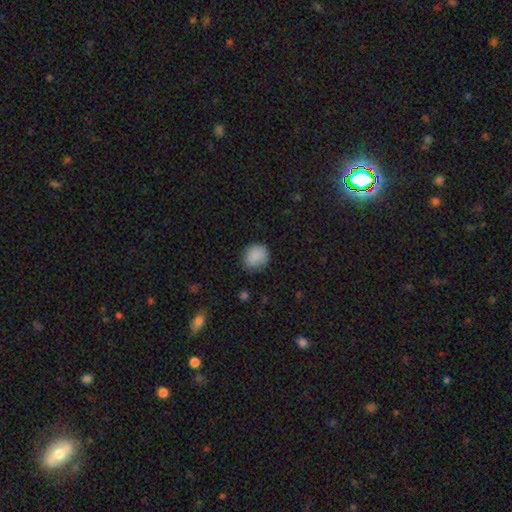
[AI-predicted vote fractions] This appears to be a smooth galaxy with no disk features (88%) that is round (77%). Merging: none (80%).